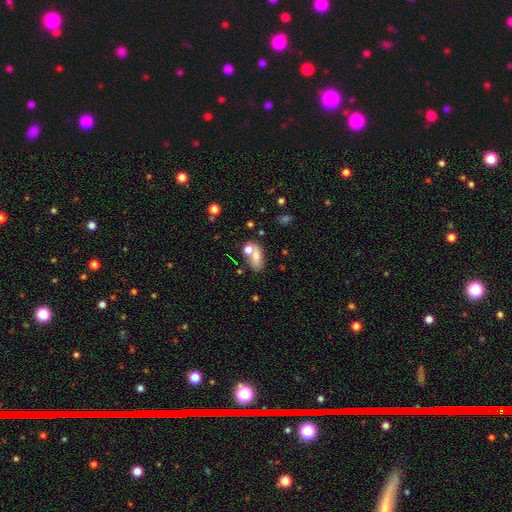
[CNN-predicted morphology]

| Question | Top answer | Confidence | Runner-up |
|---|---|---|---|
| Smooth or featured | smooth | 68% | featured or disk (21%) |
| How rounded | in between | 82% | round (12%) |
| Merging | none | 41% | merger (34%) |